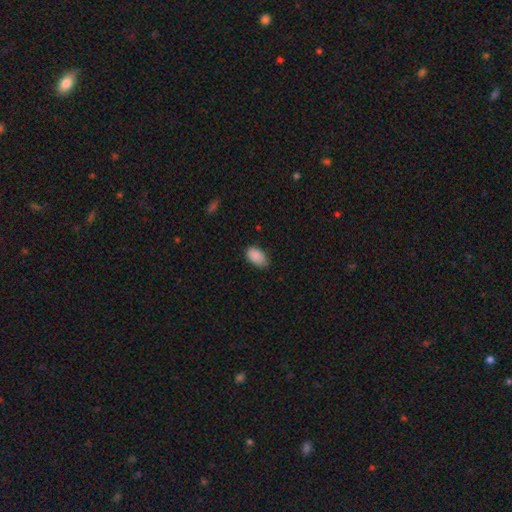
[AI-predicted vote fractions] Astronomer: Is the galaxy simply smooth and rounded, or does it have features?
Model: smooth — 89%.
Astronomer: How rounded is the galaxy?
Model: in between — 93%.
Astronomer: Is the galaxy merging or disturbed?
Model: none — 73%.